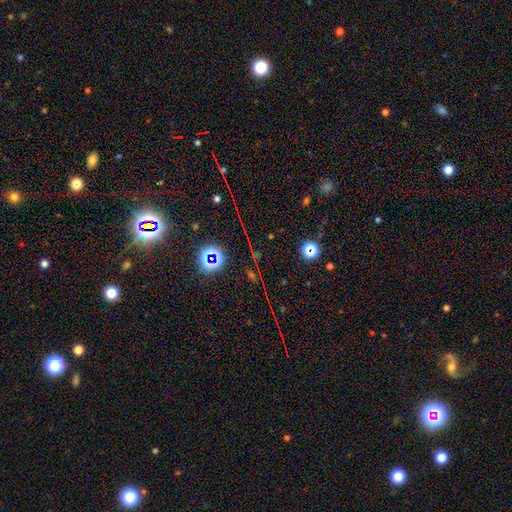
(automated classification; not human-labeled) Morphology: type=star or artifact (71%).